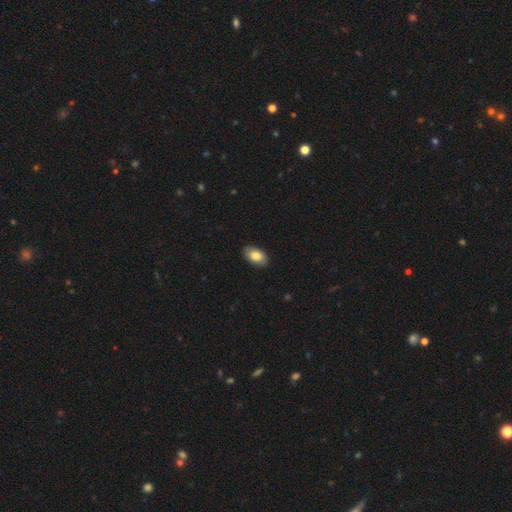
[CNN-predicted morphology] Overall: smooth (83%). How rounded: in between (93%). Merging: none (88%).